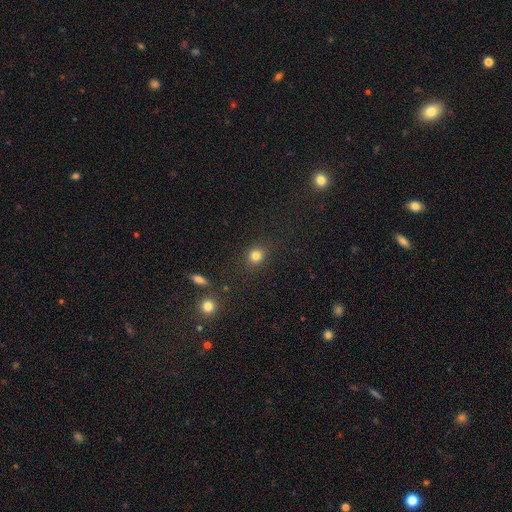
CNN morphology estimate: A smooth galaxy with no disk features (81%) that is round (80%).

Vote fractions:
- Smooth or featured? smooth: 81% / star or artifact: 13% / featured or disk: 6%
- How rounded? round: 80% / in between: 19% / cigar-shaped: 1%
- Merging? none: 86% / minor disturbance: 9% / major disturbance: 3% / merger: 2%